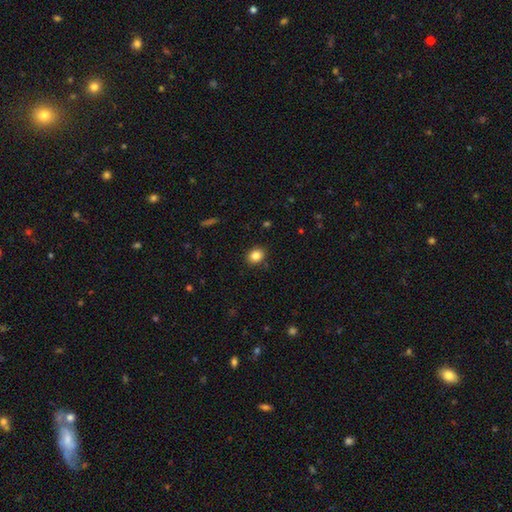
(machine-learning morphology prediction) smooth_or_featured: smooth (p=0.84) [alt: star or artifact p=0.10]
how_rounded: round (p=0.55) [alt: in between p=0.44]
merging: none (p=0.88) [alt: minor disturbance p=0.08]